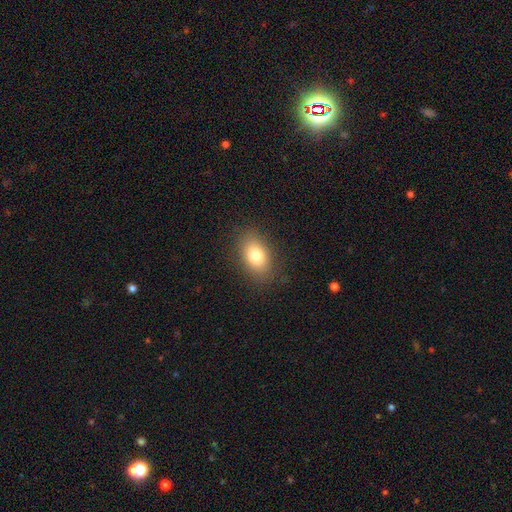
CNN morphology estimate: Smooth or featured? Predicted: smooth (p=0.78). How rounded? Predicted: in between (p=0.86). Merging? Predicted: none (p=0.85).